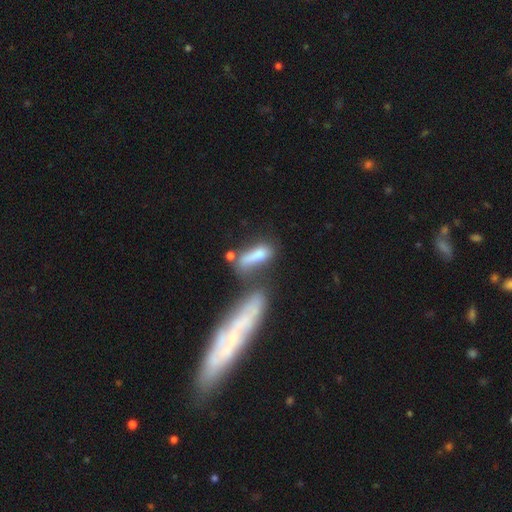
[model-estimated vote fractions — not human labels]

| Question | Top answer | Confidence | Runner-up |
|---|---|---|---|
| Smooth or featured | smooth | 67% | featured or disk (22%) |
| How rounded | in between | 49% | cigar-shaped (46%) |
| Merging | merger | 40% | none (25%) |